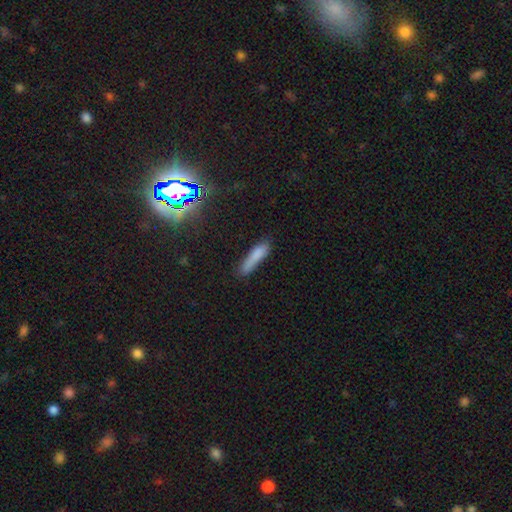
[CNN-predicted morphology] smooth 78%, featured or disk 11%, star or artifact 11%. Down the decision tree: how rounded — cigar-shaped (83%); merging — none (65%).